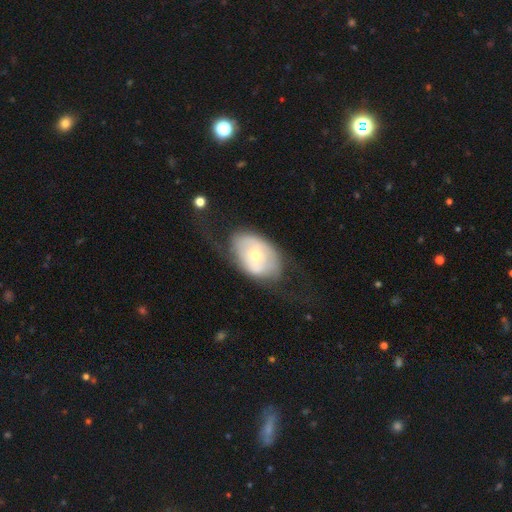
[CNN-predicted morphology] A featured or disk galaxy (54%).

Vote fractions:
- Smooth or featured? featured or disk: 54% / smooth: 40% / star or artifact: 7%
- Edge-on disk? no: 92% / yes: 8%
- Merging? none: 54% / minor disturbance: 22% / major disturbance: 21% / merger: 2%